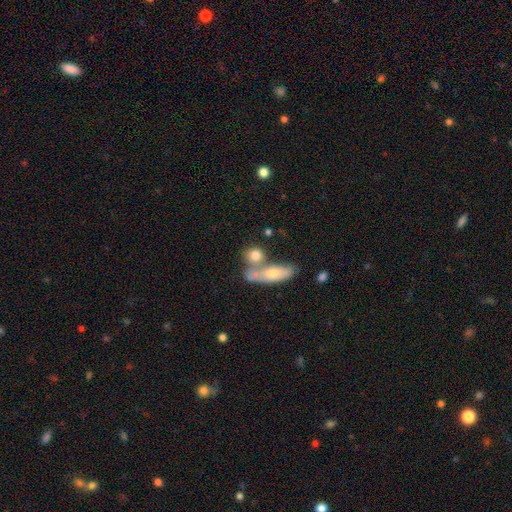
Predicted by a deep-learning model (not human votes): Q: Smooth or featured?
A: smooth (75%); runner-up: featured or disk (17%)
Q: How rounded?
A: round (57%); runner-up: in between (30%)
Q: Merging?
A: none (43%); runner-up: merger (40%)